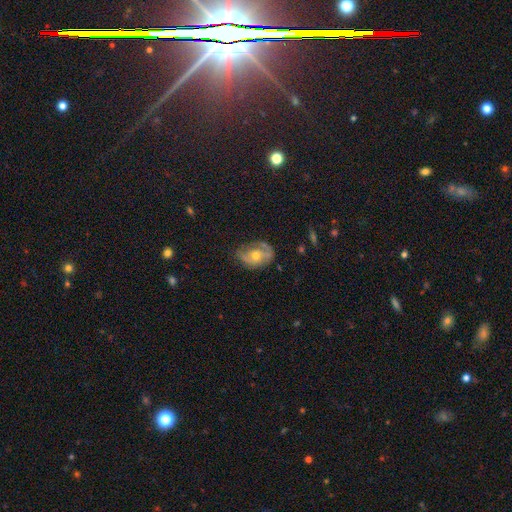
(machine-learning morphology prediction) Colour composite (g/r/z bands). It shows a featured or disk galaxy (57%) with no bar (74%), spiral arms (60%) and a moderate central bulge (65%). Merging: none (50%).